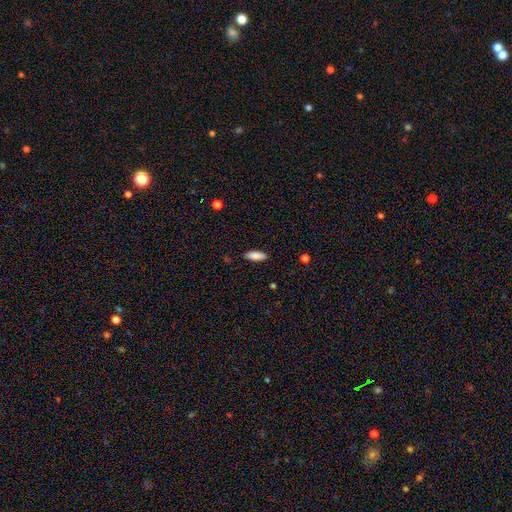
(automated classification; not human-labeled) A smooth galaxy with no disk features (87%) that is in between round and cigar-shaped (68%).

Vote fractions:
- Smooth or featured? smooth: 87% / featured or disk: 7% / star or artifact: 6%
- How rounded? in between: 68% / cigar-shaped: 30% / round: 2%
- Merging? none: 88% / minor disturbance: 9% / major disturbance: 2% / merger: 1%